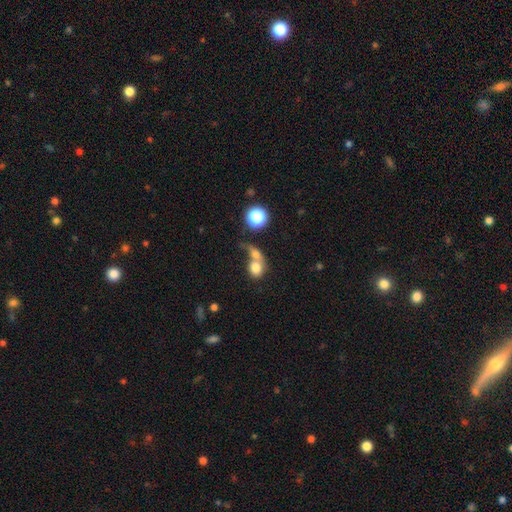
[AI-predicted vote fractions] Overall: smooth (70%). How rounded: round (68%; in between 30%). Merging: merger (60%; none 24%).